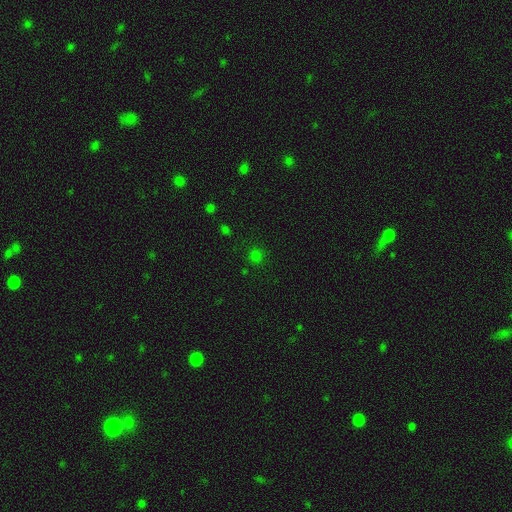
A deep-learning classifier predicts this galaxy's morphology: smooth 73%, star or artifact 23%, featured or disk 4%. Down the decision tree: how rounded — round (91%); merging — none (87%).